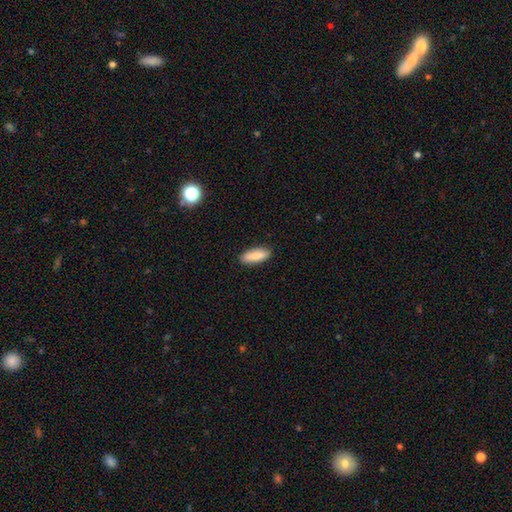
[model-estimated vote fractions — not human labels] A smooth galaxy with no disk features (86%) that is in between round and cigar-shaped (67%). Merging: none (88%).